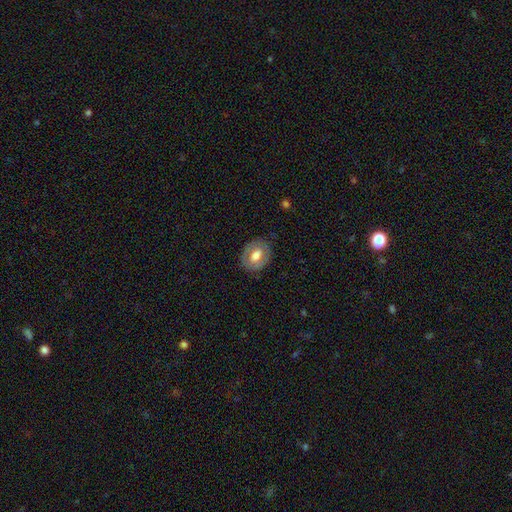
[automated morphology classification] This appears to be a smooth galaxy with no disk features (55%) that is in between round and cigar-shaped (64%). Merging: none (81%).